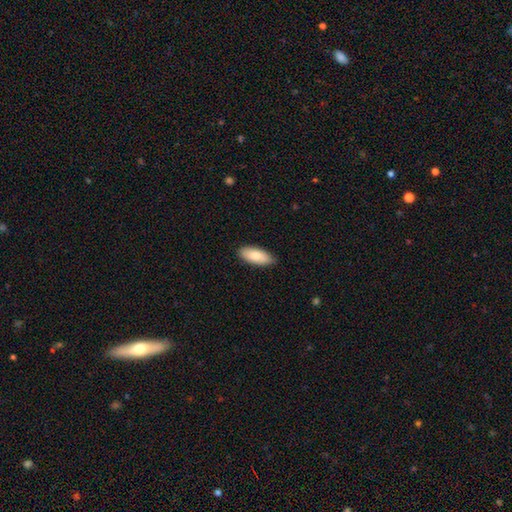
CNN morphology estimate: Smooth or featured?
  - smooth: 83% *
  - featured or disk: 11%
  - star or artifact: 6%
How rounded?
  - in between: 84% *
  - cigar-shaped: 14%
  - round: 2%
Merging?
  - none: 87% *
  - minor disturbance: 10%
  - major disturbance: 2%
  - merger: 1%